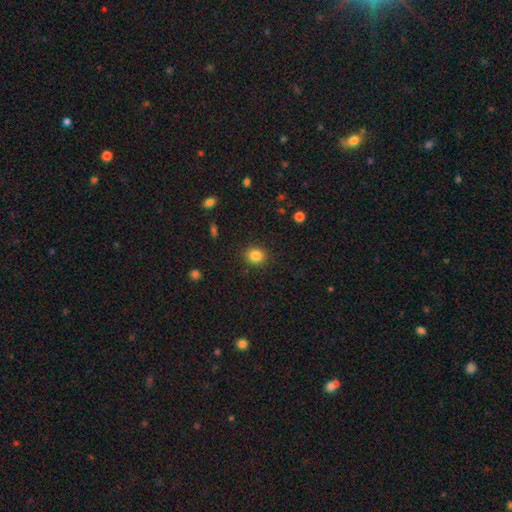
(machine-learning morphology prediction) type=smooth (84%); roundness=round (77%); merging=none (89%).